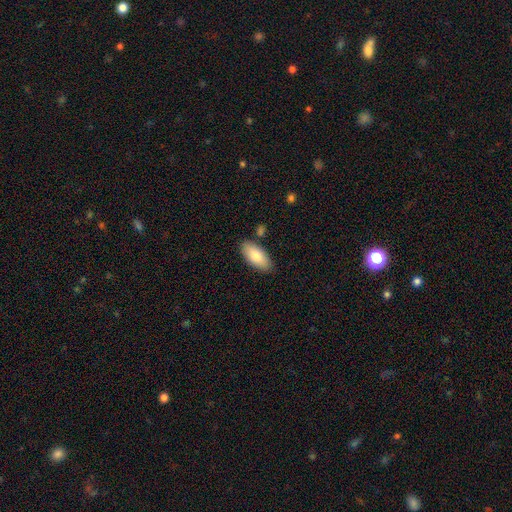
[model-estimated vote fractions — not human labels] Q: Smooth or featured?
A: smooth (80%); runner-up: featured or disk (14%)
Q: How rounded?
A: in between (89%); runner-up: cigar-shaped (8%)
Q: Merging?
A: none (84%); runner-up: minor disturbance (10%)